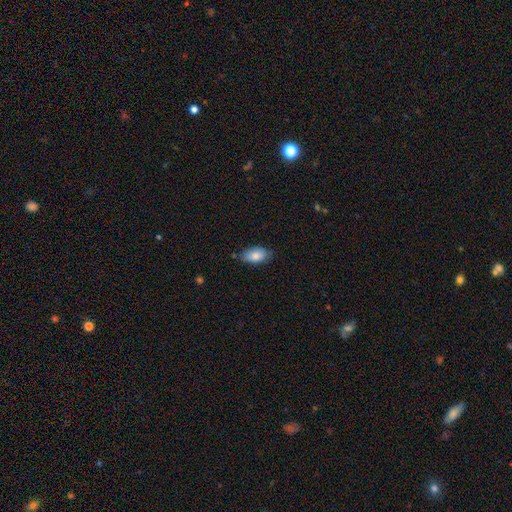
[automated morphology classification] Smooth or featured? smooth (83%)
How rounded? in between (93%)
Merging? none (73%)